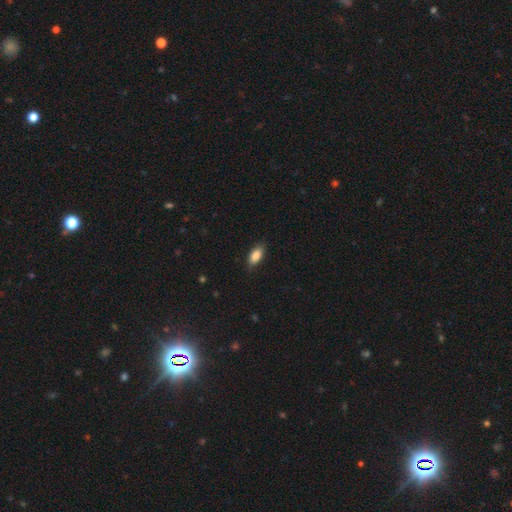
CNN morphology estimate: Overall: smooth (86%). How rounded: in between (89%). Merging: none (82%).